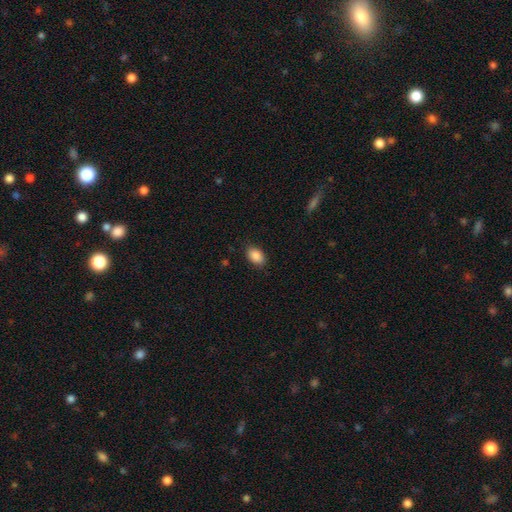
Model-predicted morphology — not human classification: The model was most divided on "how rounded": in between: 87%, round: 12%, cigar-shaped: 1%. More confident: smooth or featured — smooth (88%); merging — none (86%).